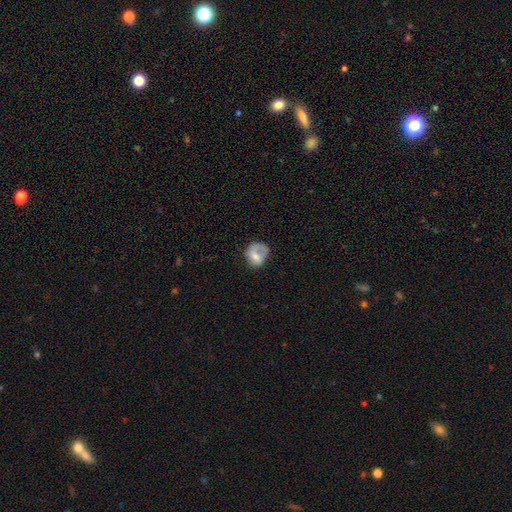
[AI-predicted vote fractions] Smooth or featured: smooth — 63% (featured or disk — 29%)
How rounded: round — 58% (in between — 41%)
Merging: none — 38% (major disturbance — 31%)